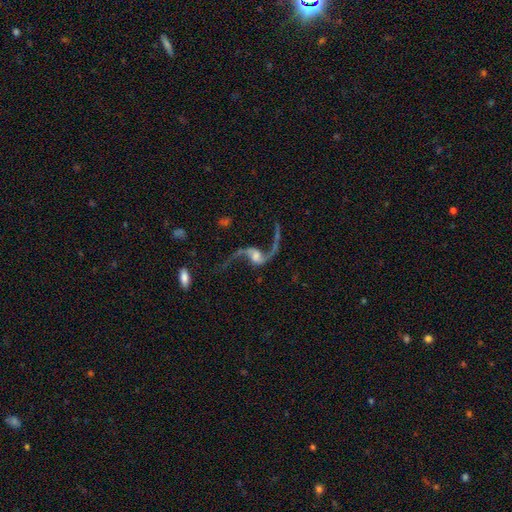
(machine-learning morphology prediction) Smooth or featured? Predicted: featured or disk (p=0.90). Edge-on disk? Predicted: no (p=0.96). Bar? Predicted: no (p=0.42). Spiral arms? Predicted: yes (p=0.97). Spiral winding? Predicted: loose (p=0.93). Spiral arm count? Predicted: 2 (p=0.94). Bulge size? Predicted: moderate (p=0.38). Merging? Predicted: none (p=0.67).